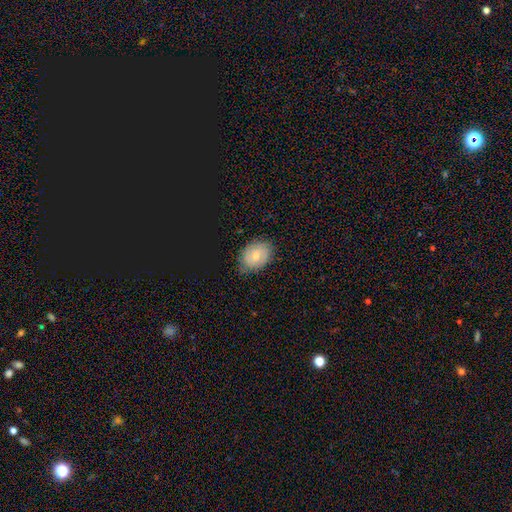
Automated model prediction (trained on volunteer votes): Smooth or featured?
  - smooth: 48% *
  - featured or disk: 43%
  - star or artifact: 9%
Merging?
  - none: 77% *
  - minor disturbance: 18%
  - major disturbance: 4%
  - merger: 1%